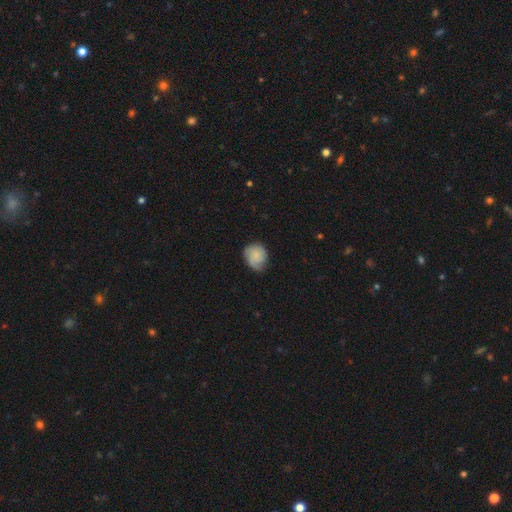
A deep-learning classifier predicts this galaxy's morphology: This is likely a smooth galaxy (68%). How rounded: likely round (76%). Merging: likely none (62%).